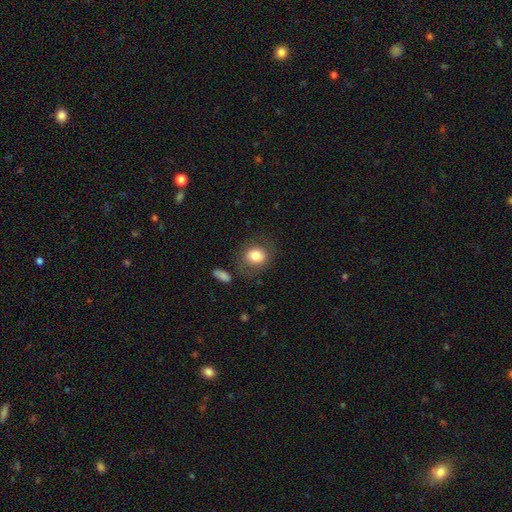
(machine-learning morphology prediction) Smooth or featured?
  - smooth: 80% *
  - featured or disk: 12%
  - star or artifact: 8%
How rounded?
  - round: 69% *
  - in between: 30%
  - cigar-shaped: 1%
Merging?
  - none: 73% *
  - minor disturbance: 16%
  - major disturbance: 8%
  - merger: 3%